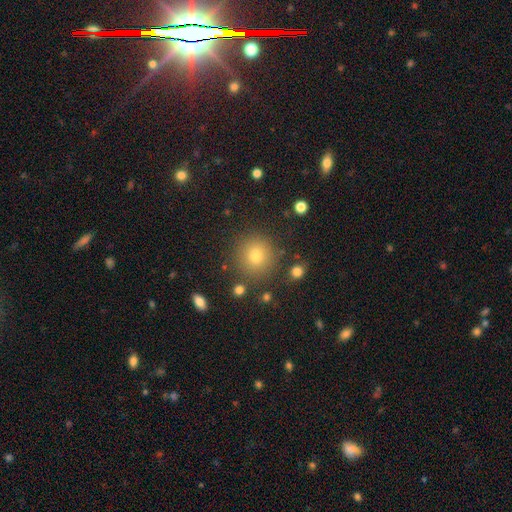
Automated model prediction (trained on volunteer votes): Smooth or featured?
  - smooth: 76% *
  - star or artifact: 16%
  - featured or disk: 8%
How rounded?
  - round: 92% *
  - in between: 7%
  - cigar-shaped: 1%
Merging?
  - none: 86% *
  - minor disturbance: 8%
  - merger: 3%
  - major disturbance: 3%